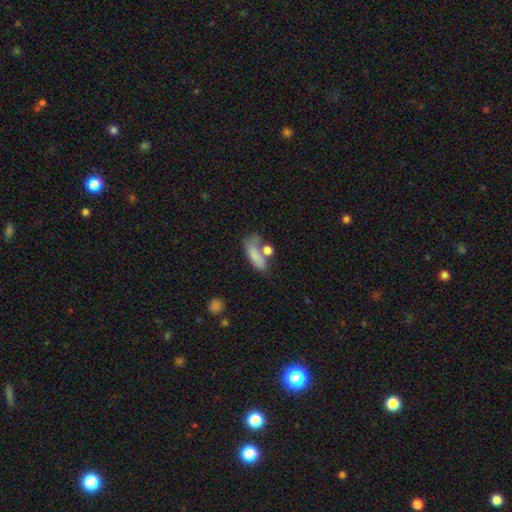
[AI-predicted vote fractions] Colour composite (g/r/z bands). It shows a smooth galaxy with no disk features (76%) that is in between round and cigar-shaped (66%). Merging: none (34%).